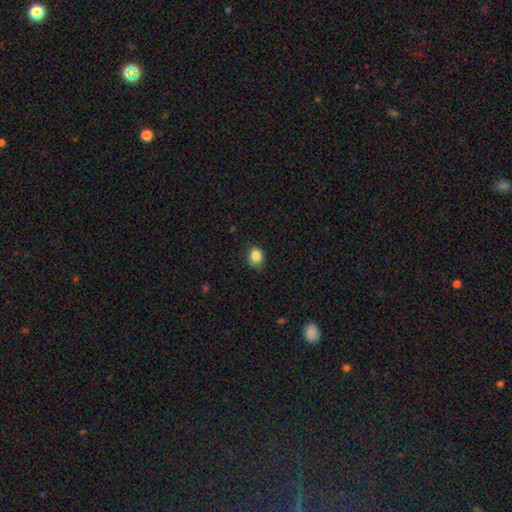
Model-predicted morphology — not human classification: A smooth galaxy with no disk features (86%) that is round (64%). Merging: none (71%).